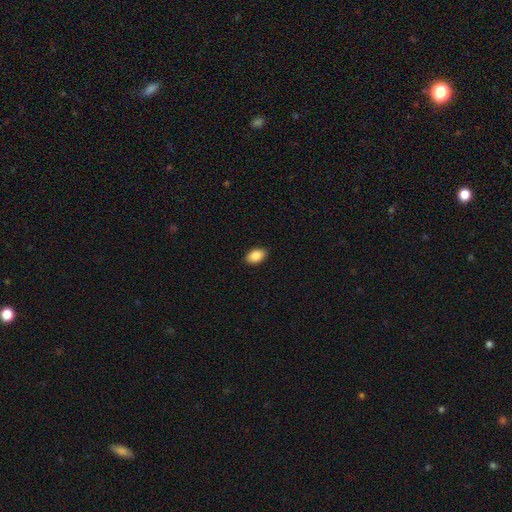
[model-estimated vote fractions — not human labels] Smooth or featured: smooth — 89% (star or artifact — 7%)
How rounded: in between — 92% (round — 7%)
Merging: none — 90% (minor disturbance — 8%)